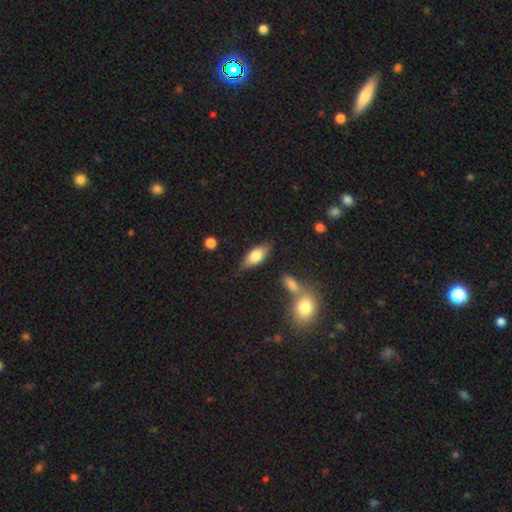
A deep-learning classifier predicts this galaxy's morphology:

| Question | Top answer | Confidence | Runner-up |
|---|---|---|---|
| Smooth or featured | smooth | 76% | featured or disk (18%) |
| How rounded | in between | 83% | cigar-shaped (14%) |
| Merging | none | 75% | minor disturbance (17%) |